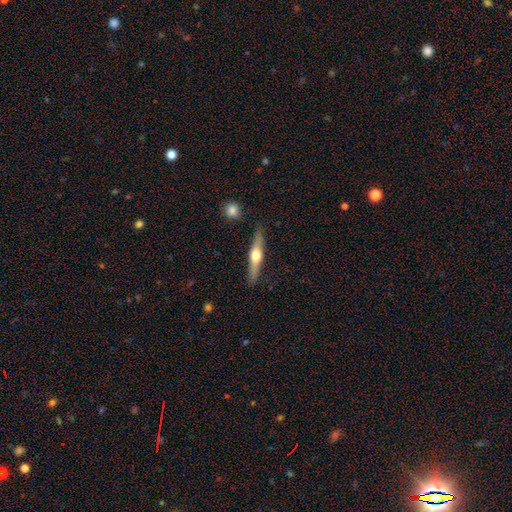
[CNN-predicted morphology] smooth_or_featured: featured or disk (p=0.60) [alt: smooth p=0.35]
disk_edge_on: yes (p=0.96) [alt: no p=0.04]
edge_on_bulge: rounded (p=0.93) [alt: none p=0.03]
merging: none (p=0.86) [alt: minor disturbance p=0.10]